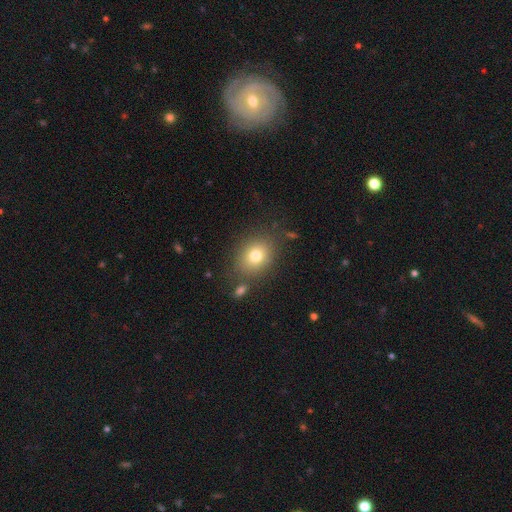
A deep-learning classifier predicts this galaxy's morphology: Smooth or featured? Predicted: smooth (p=0.77). How rounded? Predicted: round (p=0.53). Merging? Predicted: none (p=0.79).